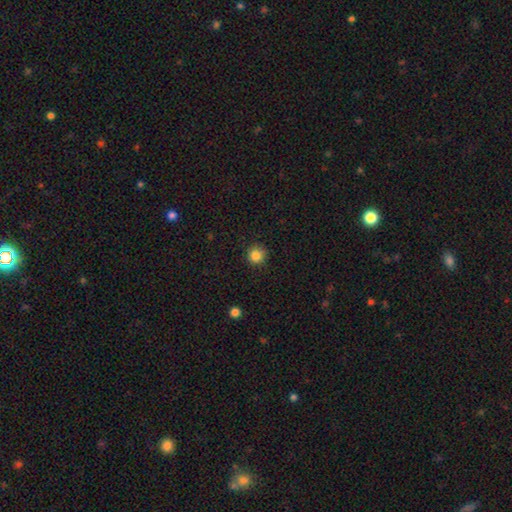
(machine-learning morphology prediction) This is clearly a smooth galaxy (84%). How rounded: clearly round (93%). Merging: clearly none (87%).